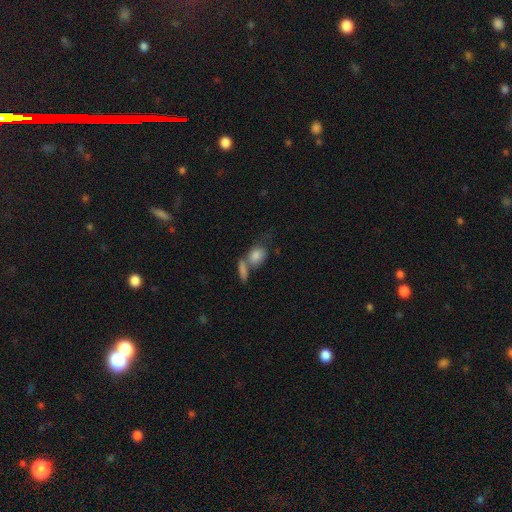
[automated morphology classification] This is clearly a smooth galaxy (81%). How rounded: possibly in between (59%). Merging: marginally merger (40%, tied with none).